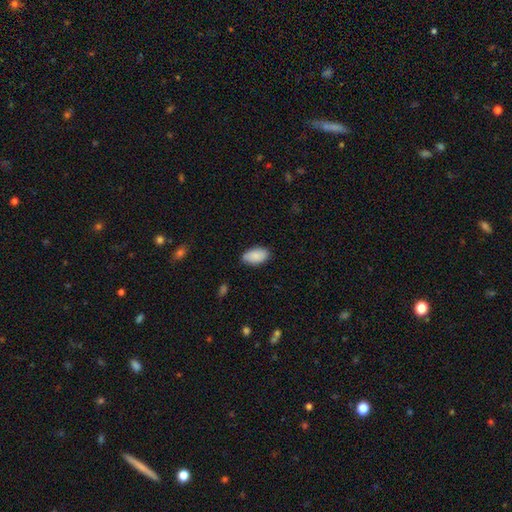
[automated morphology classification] This appears to be a smooth galaxy with no disk features (88%) that is in between round and cigar-shaped (94%). Merging: none (81%).